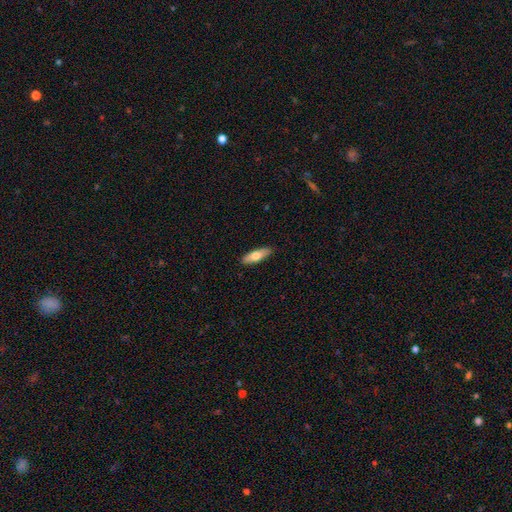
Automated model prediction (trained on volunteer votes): smooth_or_featured: smooth (p=0.69) [alt: featured or disk p=0.25]
how_rounded: in between (p=0.50) [alt: cigar-shaped p=0.48]
merging: none (p=0.90) [alt: minor disturbance p=0.08]